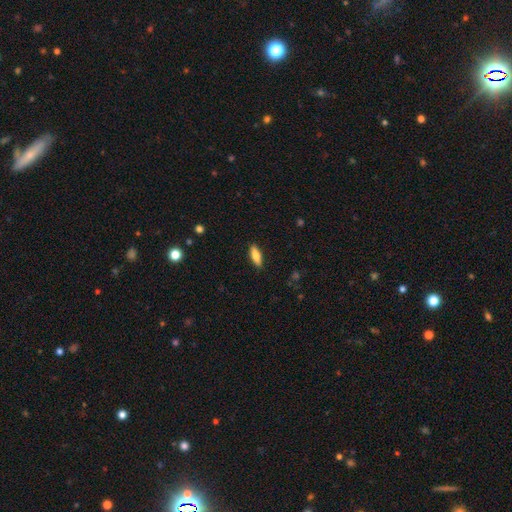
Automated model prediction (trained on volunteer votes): Overall: smooth (79%). How rounded: in between (61%; cigar-shaped 37%). Merging: none (88%).